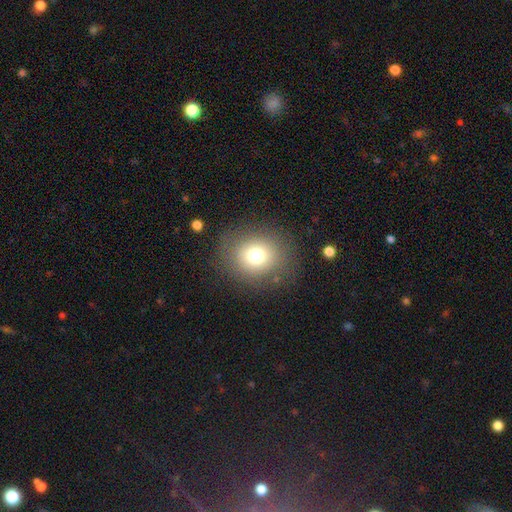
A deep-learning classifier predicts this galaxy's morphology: Q: Smooth or featured?
A: smooth (74%); runner-up: star or artifact (14%)
Q: How rounded?
A: round (76%); runner-up: in between (23%)
Q: Merging?
A: none (82%); runner-up: minor disturbance (10%)